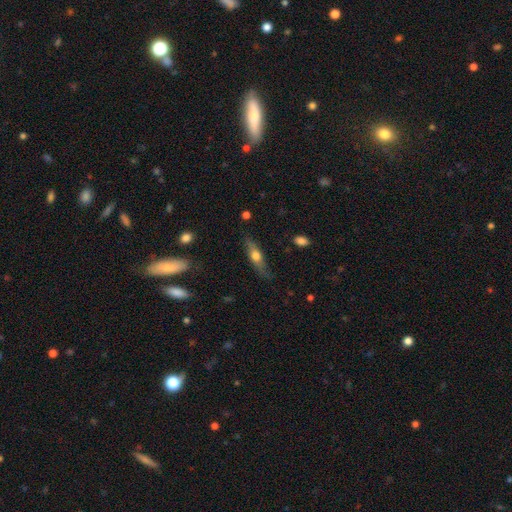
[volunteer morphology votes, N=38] Volunteers were most divided on "merging": none: 46%, minor disturbance: 31%, major disturbance: 23%, merger: 0%. More confident: how rounded — cigar-shaped (62%); smooth or featured — smooth (55%).